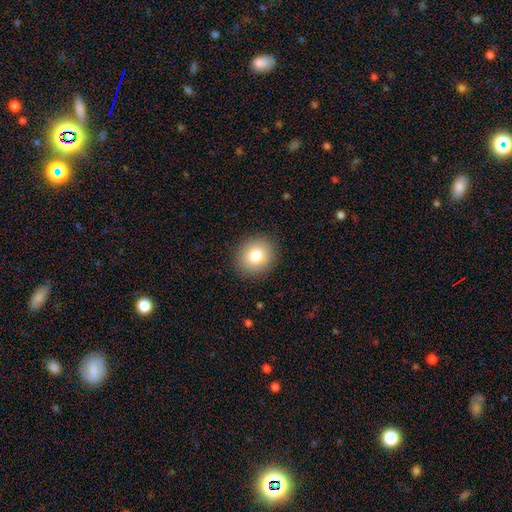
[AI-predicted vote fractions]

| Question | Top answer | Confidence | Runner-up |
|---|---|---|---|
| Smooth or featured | smooth | 80% | star or artifact (10%) |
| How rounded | round | 80% | in between (19%) |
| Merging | none | 90% | minor disturbance (7%) |